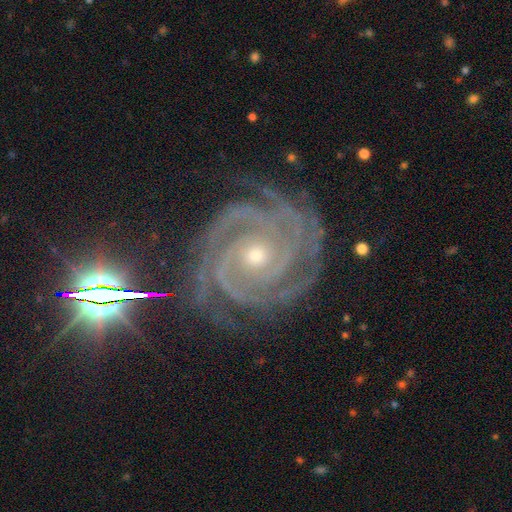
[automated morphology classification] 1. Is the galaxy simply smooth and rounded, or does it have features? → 90% featured or disk, 7% star or artifact, 3% smooth.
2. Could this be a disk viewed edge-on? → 97% no, 3% yes.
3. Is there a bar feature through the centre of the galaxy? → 69% no, 18% weak, 12% strong.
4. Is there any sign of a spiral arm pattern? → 99% yes, 1% no.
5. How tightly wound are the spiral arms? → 85% tight, 14% medium, 2% loose.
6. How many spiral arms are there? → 32% 3, 22% 4, 17% 2, 12% can't tell, 11% more than 4, 8% 1.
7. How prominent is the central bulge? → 59% small, 38% moderate, 1% large, 1% none, 1% dominant.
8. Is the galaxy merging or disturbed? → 77% none, 16% minor disturbance, 5% major disturbance, 1% merger.